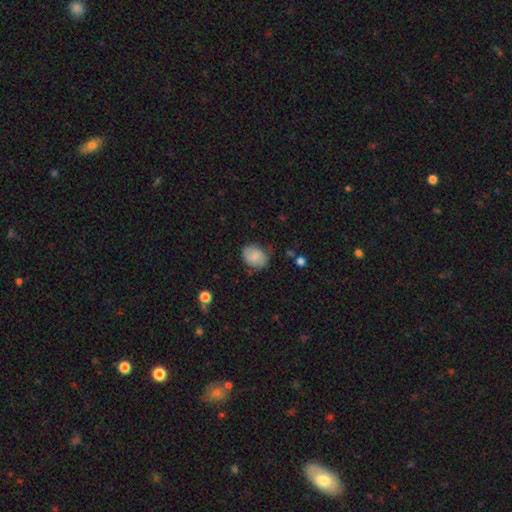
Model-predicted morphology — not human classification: smooth 72%, featured or disk 20%, star or artifact 8%. Down the decision tree: how rounded — in between (60%); merging — none (71%).